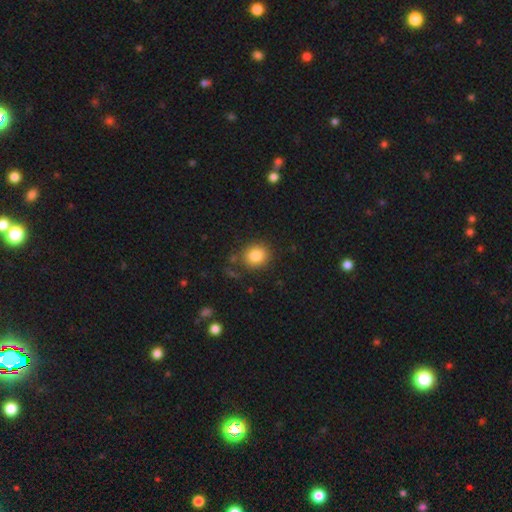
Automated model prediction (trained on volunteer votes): A smooth galaxy with no disk features (84%) that is round (83%). Merging: none (82%).